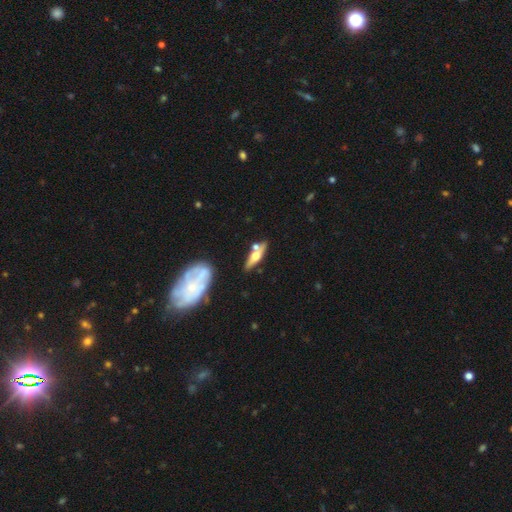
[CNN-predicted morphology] The model was most divided on "smooth or featured": featured or disk: 57%, smooth: 36%, star or artifact: 7%. More confident: edge-on disk — yes (86%); merging — none (68%).